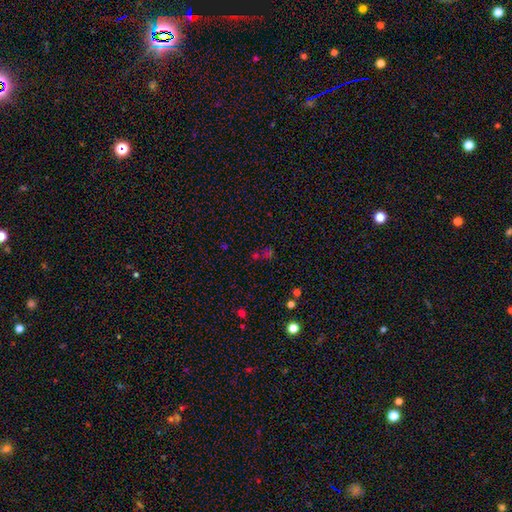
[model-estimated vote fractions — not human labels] Smooth or featured? star or artifact (48%)